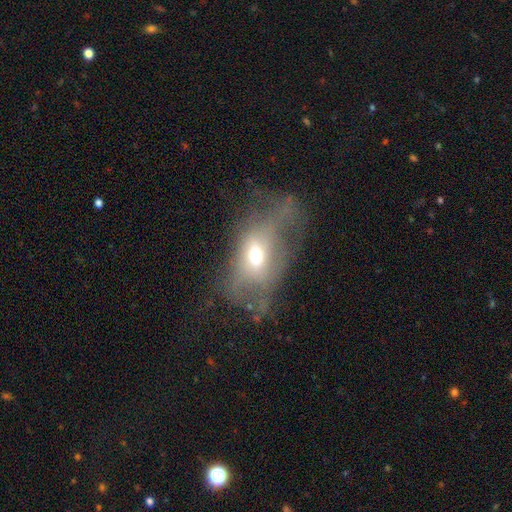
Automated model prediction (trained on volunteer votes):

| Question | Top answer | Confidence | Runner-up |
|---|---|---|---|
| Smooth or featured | smooth | 47% | featured or disk (40%) |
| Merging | major disturbance | 53% | none (24%) |